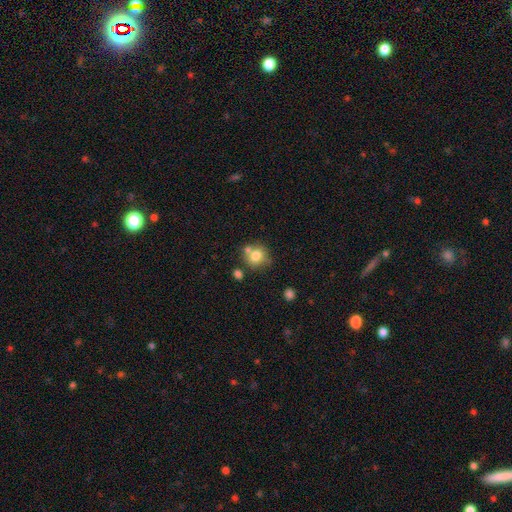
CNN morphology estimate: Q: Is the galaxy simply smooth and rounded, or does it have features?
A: smooth — 76%.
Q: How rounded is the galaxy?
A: round — 83%.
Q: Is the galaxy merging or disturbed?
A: none — 58%.